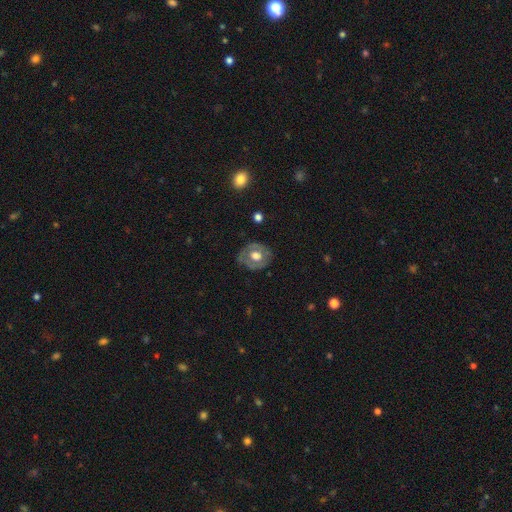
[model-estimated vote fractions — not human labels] A featured or disk galaxy (55%) with no bar (79%), no spiral arms (69%) and a moderate central bulge (55%).

Vote fractions:
- Smooth or featured? featured or disk: 55% / smooth: 38% / star or artifact: 7%
- Edge-on disk? no: 95% / yes: 5%
- Bar? no: 79% / weak: 17% / strong: 4%
- Spiral arms? no: 69% / yes: 31%
- Bulge size? moderate: 55% / large: 38% / small: 4% / dominant: 2% / none: 1%
- Merging? none: 73% / minor disturbance: 19% / major disturbance: 6% / merger: 1%